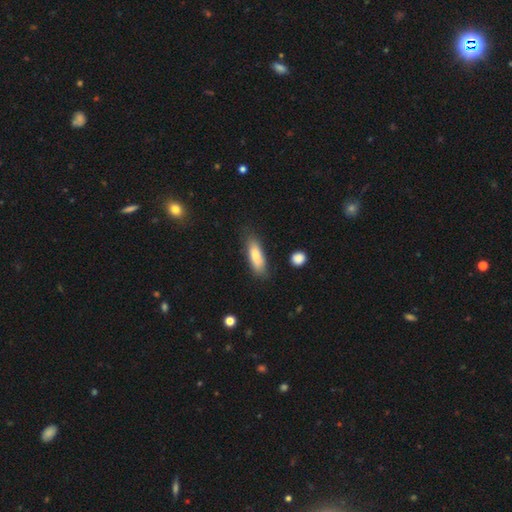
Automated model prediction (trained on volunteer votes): Overall: smooth (80%). How rounded: in between (51%; cigar-shaped 47%). Merging: none (75%).